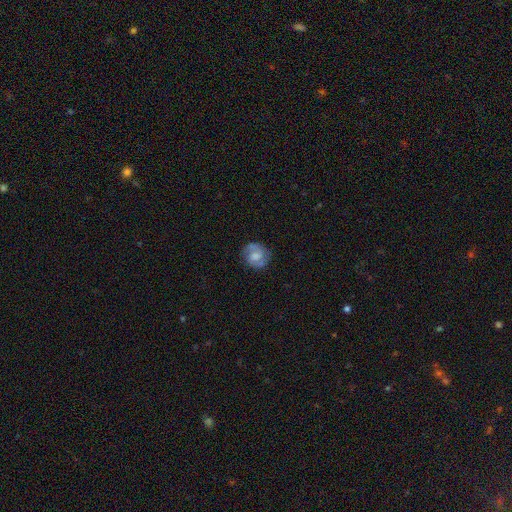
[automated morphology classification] Q: Smooth or featured?
A: featured or disk (66%); runner-up: smooth (27%)
Q: Edge-on disk?
A: no (98%); runner-up: yes (2%)
Q: Bar?
A: weak (50%); runner-up: no (38%)
Q: Spiral arms?
A: yes (91%); runner-up: no (9%)
Q: Spiral winding?
A: medium (49%); runner-up: tight (33%)
Q: Spiral arm count?
A: 2 (84%); runner-up: can't tell (8%)
Q: Bulge size?
A: moderate (37%); runner-up: small (29%)
Q: Merging?
A: none (79%); runner-up: minor disturbance (14%)